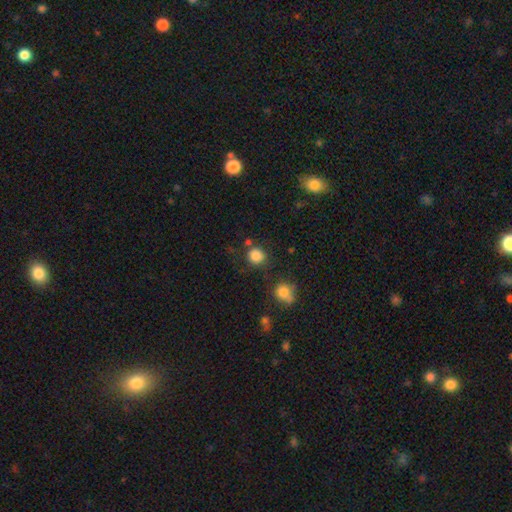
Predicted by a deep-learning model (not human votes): Q: Smooth or featured?
A: smooth (84%); runner-up: star or artifact (11%)
Q: How rounded?
A: round (88%); runner-up: in between (11%)
Q: Merging?
A: none (76%); runner-up: minor disturbance (12%)